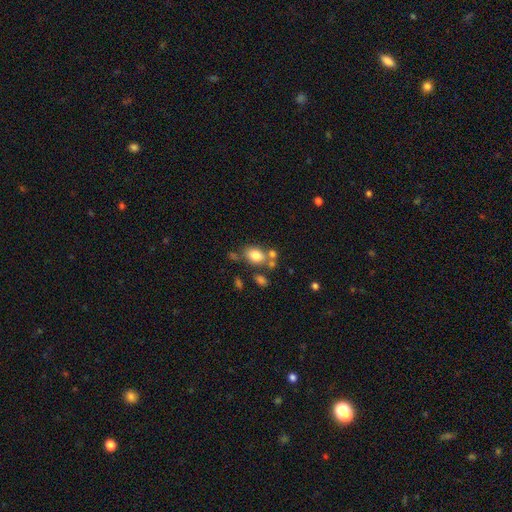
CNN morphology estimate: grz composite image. It shows a smooth galaxy with no disk features (78%) that is in between round and cigar-shaped (72%). Merging: none (57%).